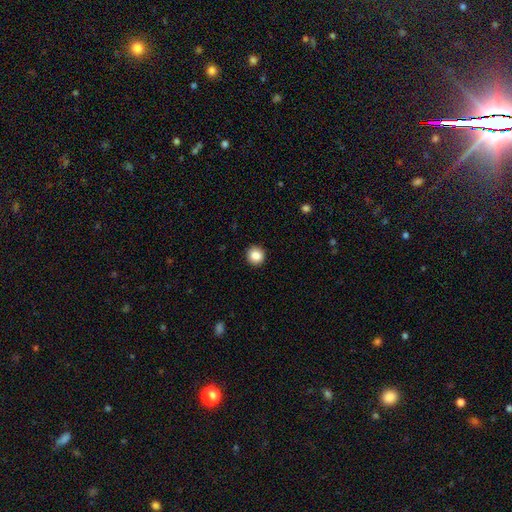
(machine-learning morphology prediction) Smooth or featured? smooth (87%)
How rounded? round (92%)
Merging? none (92%)